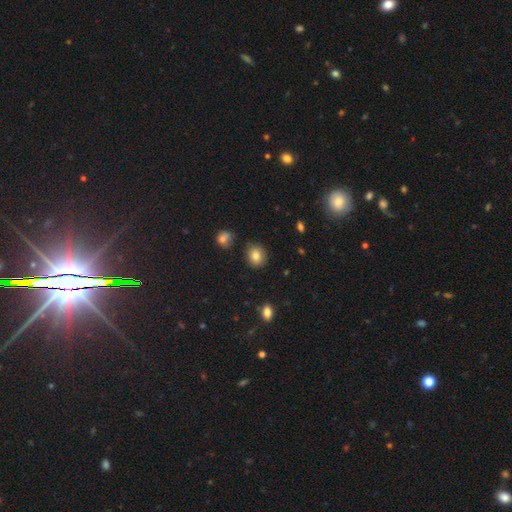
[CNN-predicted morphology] smooth 82%, star or artifact 10%, featured or disk 8%. Down the decision tree: how rounded — round (72%); merging — none (85%).